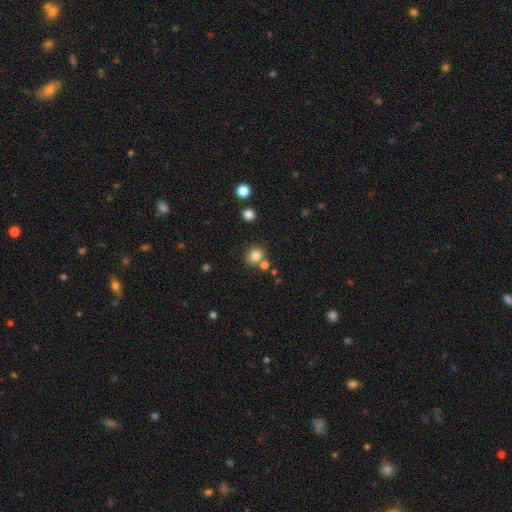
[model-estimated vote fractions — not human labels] smooth 81%, star or artifact 12%, featured or disk 6%. Down the decision tree: how rounded — round (81%); merging — none (69%).